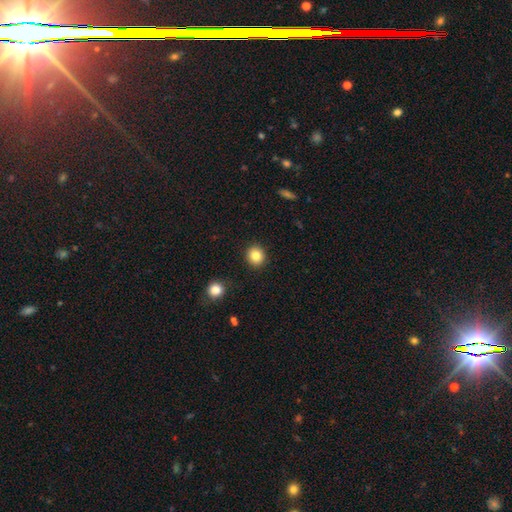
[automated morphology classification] Smooth or featured: smooth — 84% (star or artifact — 10%)
How rounded: round — 87% (in between — 12%)
Merging: none — 91% (minor disturbance — 6%)